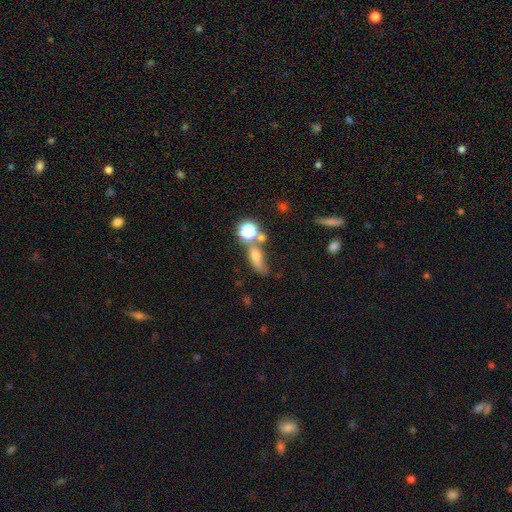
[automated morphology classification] The model was most divided on "merging": none: 41%, merger: 27%, minor disturbance: 18%, major disturbance: 13%. More confident: smooth or featured — smooth (60%); how rounded — in between (53%).